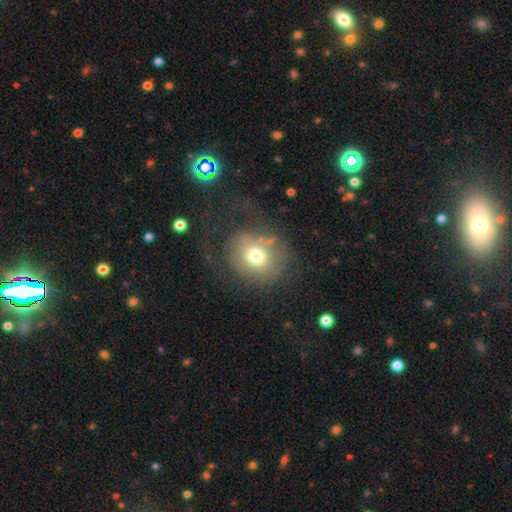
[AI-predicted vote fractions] A smooth galaxy with no disk features (64%) that is round (76%).

Vote fractions:
- Smooth or featured? smooth: 64% / featured or disk: 24% / star or artifact: 12%
- How rounded? round: 76% / in between: 23% / cigar-shaped: 1%
- Merging? none: 49% / major disturbance: 28% / minor disturbance: 19% / merger: 3%